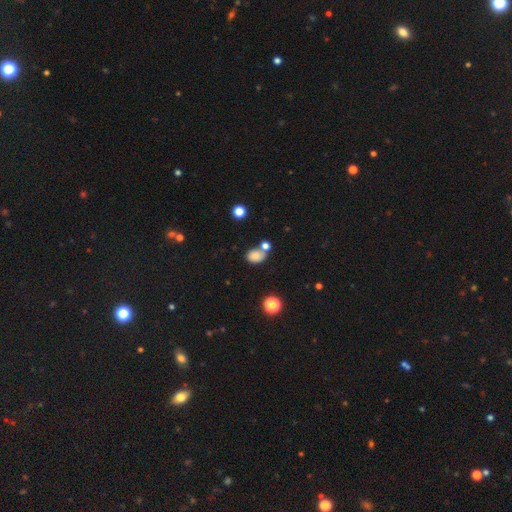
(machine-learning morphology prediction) This is likely a smooth galaxy (79%). How rounded: likely in between (67%). Merging: possibly none (49%).